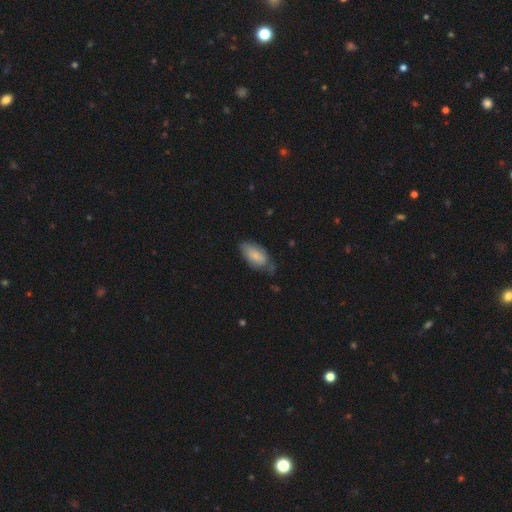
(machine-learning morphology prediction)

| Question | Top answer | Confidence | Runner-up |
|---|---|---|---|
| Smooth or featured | smooth | 76% | featured or disk (17%) |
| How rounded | in between | 92% | cigar-shaped (5%) |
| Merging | none | 51% | minor disturbance (36%) |